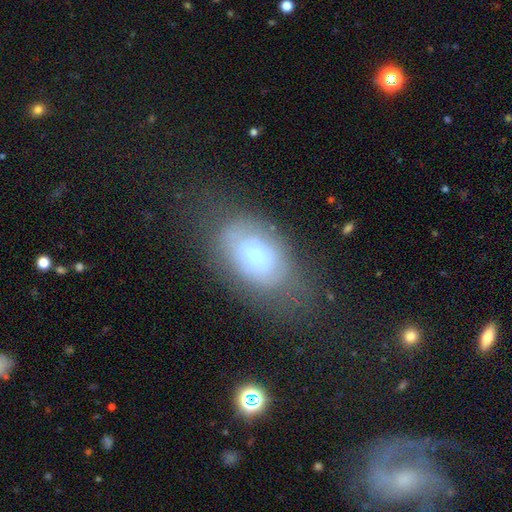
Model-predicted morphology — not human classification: The model was most divided on "smooth or featured": smooth: 53%, featured or disk: 37%, star or artifact: 10%. More confident: how rounded — in between (87%); merging — none (51%).